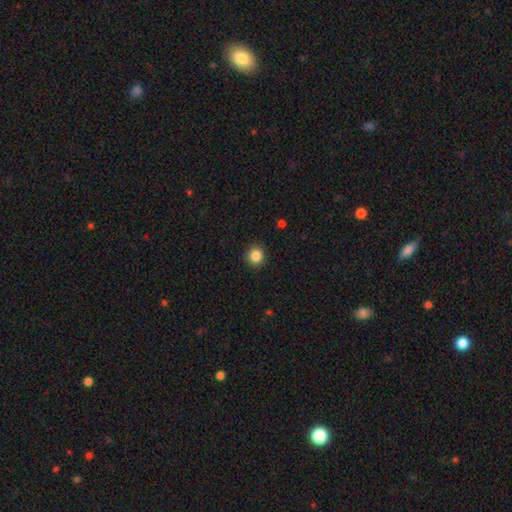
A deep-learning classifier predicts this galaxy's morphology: Smooth or featured: smooth — 85% (star or artifact — 11%)
How rounded: round — 89% (in between — 10%)
Merging: none — 92% (minor disturbance — 6%)